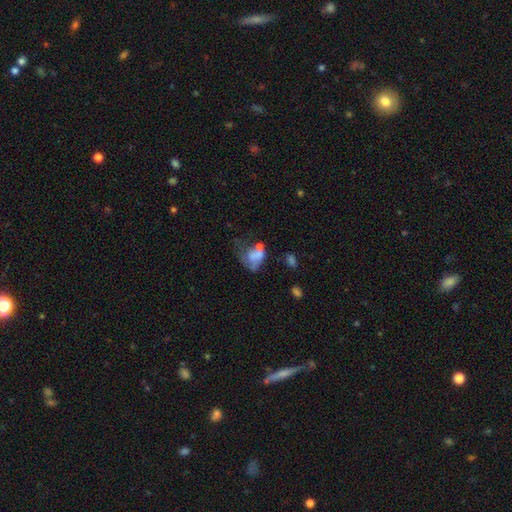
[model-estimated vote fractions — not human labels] This is possibly a smooth galaxy (51%). How rounded: likely in between (68%). Merging: marginally major disturbance (35%).